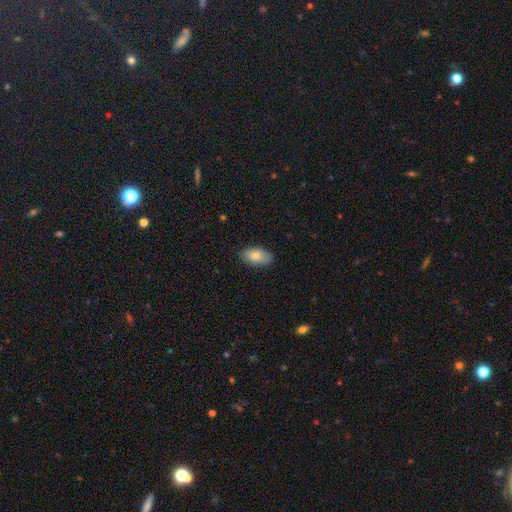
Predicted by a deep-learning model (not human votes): smooth_or_featured: smooth (p=0.83) [alt: featured or disk p=0.11]
how_rounded: in between (p=0.94) [alt: round p=0.04]
merging: none (p=0.83) [alt: minor disturbance p=0.14]